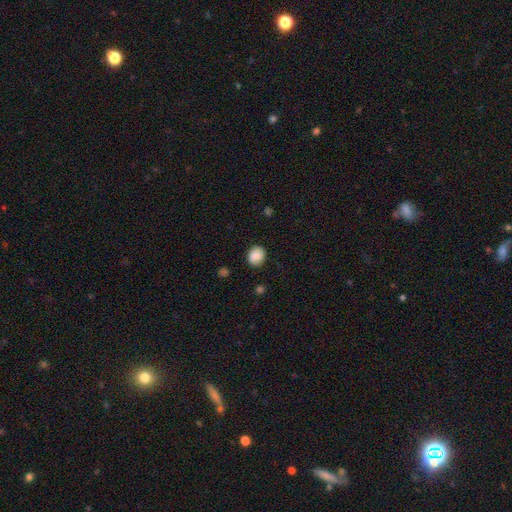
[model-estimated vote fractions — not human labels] This appears to be a smooth galaxy with no disk features (88%) that is round (68%). Merging: none (87%).